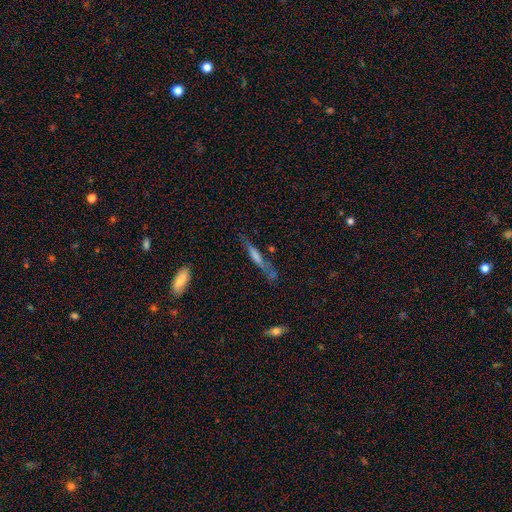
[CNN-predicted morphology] A smooth galaxy with no disk features (45%, tied with featured or disk).

Vote fractions:
- Smooth or featured? smooth: 45% (tied) / featured or disk: 45% (tied) / star or artifact: 10%
- Merging? none: 63% / minor disturbance: 21% / major disturbance: 9% / merger: 7%